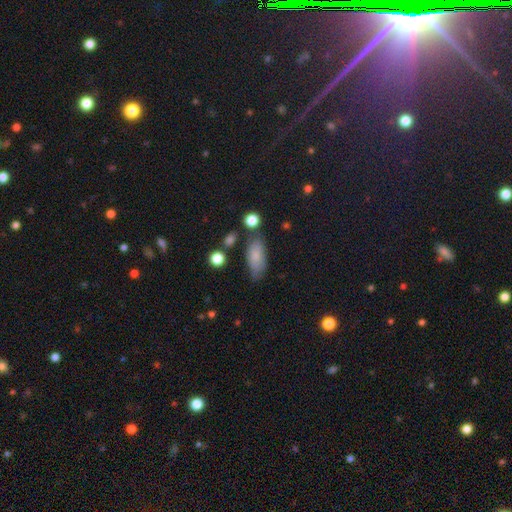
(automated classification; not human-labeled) Morphology: type=smooth (80%); roundness=in between (82%); merging=none (66%).